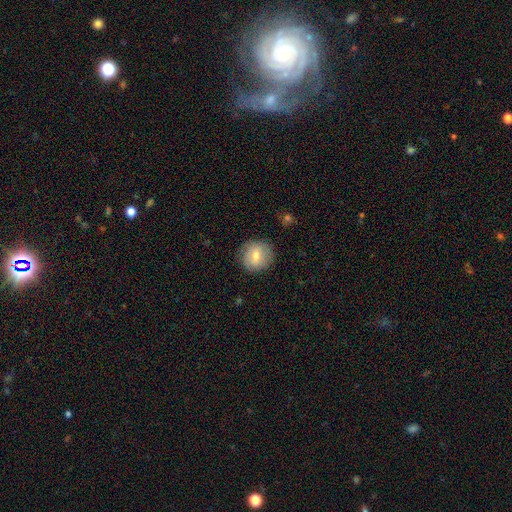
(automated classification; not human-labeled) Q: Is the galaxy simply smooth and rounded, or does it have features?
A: smooth — 72%.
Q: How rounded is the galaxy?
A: round — 87%.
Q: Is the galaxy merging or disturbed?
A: none — 83%.